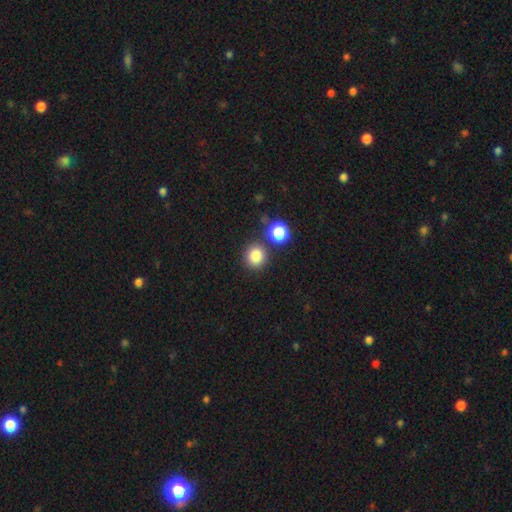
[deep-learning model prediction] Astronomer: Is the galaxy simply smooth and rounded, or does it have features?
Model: smooth — 83%.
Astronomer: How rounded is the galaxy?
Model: round — 88%.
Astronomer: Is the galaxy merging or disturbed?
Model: none — 82%.